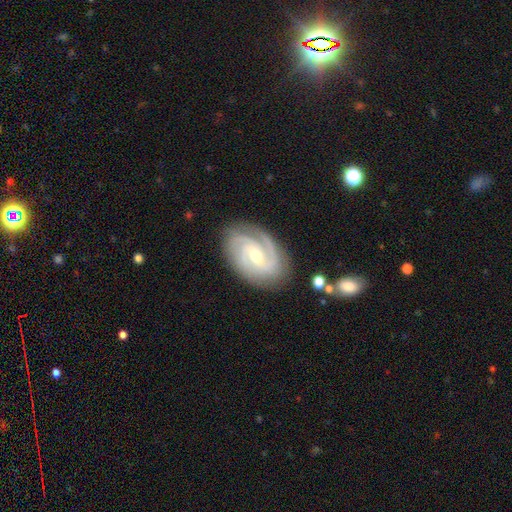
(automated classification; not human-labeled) A featured or disk galaxy (90%) with a weak bar (46%), 3 (49%) tight (61%) spiral arms (98%) and a moderate central bulge (51%). Merging: none (81%).